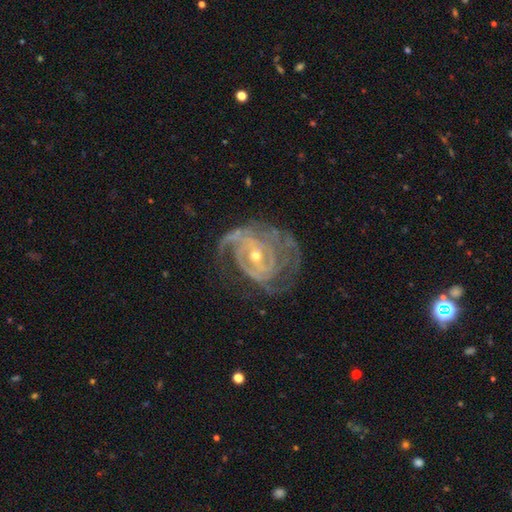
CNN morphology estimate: smooth-or-featured: featured or disk: 90% | star or artifact: 5% | smooth: 5%
  disk-edge-on: no: 97% | yes: 3%
    bar: weak: 41% | no: 36% | strong: 24%
    has-spiral-arms: yes: 95% | no: 5%
      spiral-winding: tight: 63% | medium: 29% | loose: 8%
      spiral-arm-count: can't tell: 28% (tied) | 2: 28% (tied) | 3: 21% | 4: 10% | 1: 7% | more than 4: 6%
    bulge-size: small: 58% | moderate: 39% | large: 1% | none: 1% | dominant: 1%
  merging: none: 59% | minor disturbance: 21% | major disturbance: 19% | merger: 2%